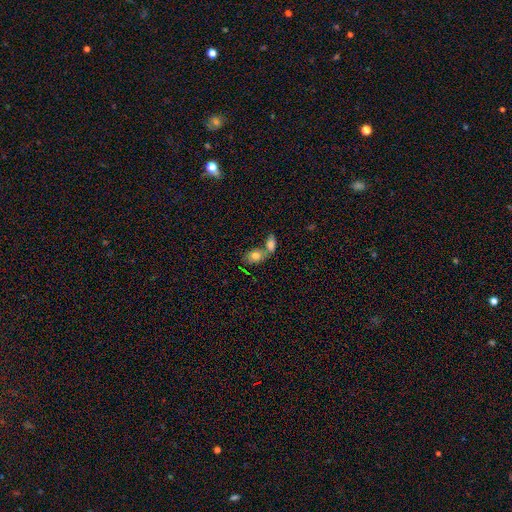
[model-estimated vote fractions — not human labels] Smooth or featured? smooth (55%)
How rounded? in between (61%)
Merging? merger (46%)